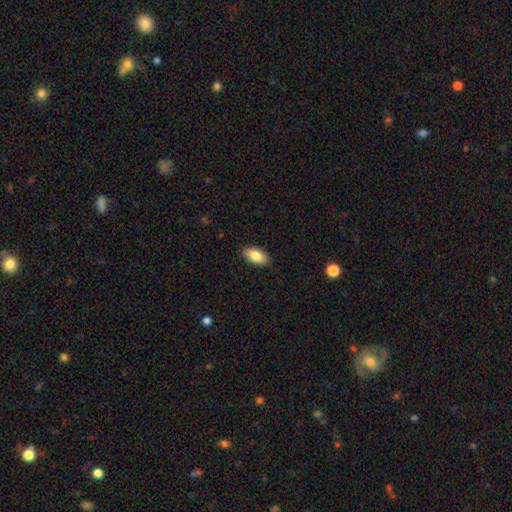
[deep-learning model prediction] A smooth galaxy with no disk features (83%) that is in between round and cigar-shaped (91%).

Vote fractions:
- Smooth or featured? smooth: 83% / featured or disk: 10% / star or artifact: 7%
- How rounded? in between: 91% / cigar-shaped: 6% / round: 3%
- Merging? none: 89% / minor disturbance: 8% / major disturbance: 2% / merger: 1%